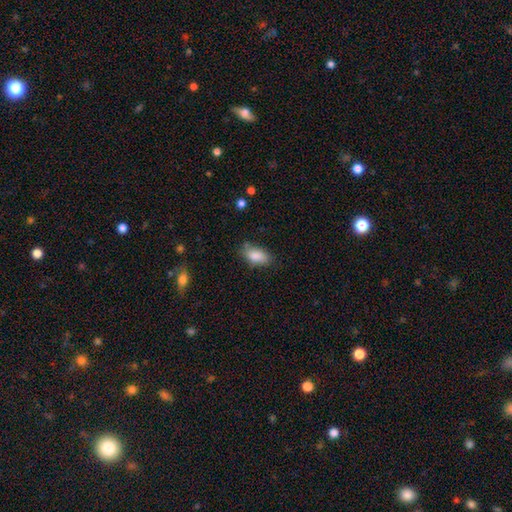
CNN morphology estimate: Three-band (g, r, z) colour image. It shows a smooth galaxy with no disk features (87%) that is in between round and cigar-shaped (91%). Merging: none (74%).